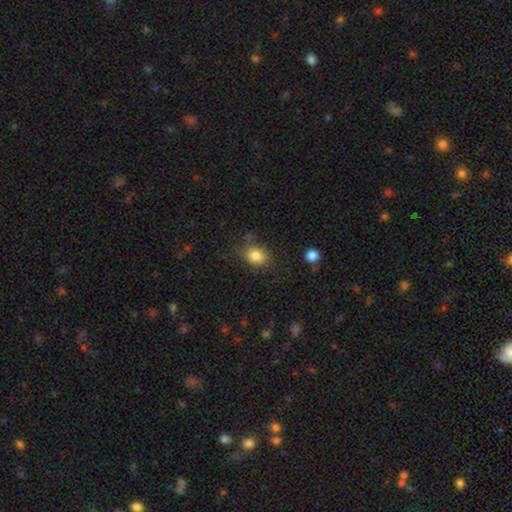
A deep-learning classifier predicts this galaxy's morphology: Smooth or featured: smooth — 83% (star or artifact — 10%)
How rounded: in between — 54% (round — 45%)
Merging: none — 75% (minor disturbance — 16%)